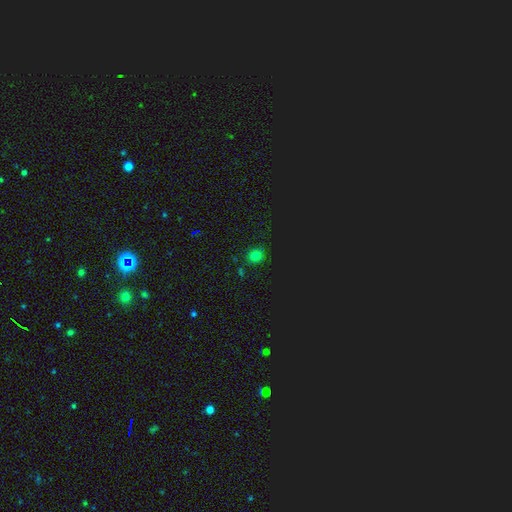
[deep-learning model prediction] Morphology: type=smooth (69%); roundness=round (79%); merging=none (81%).